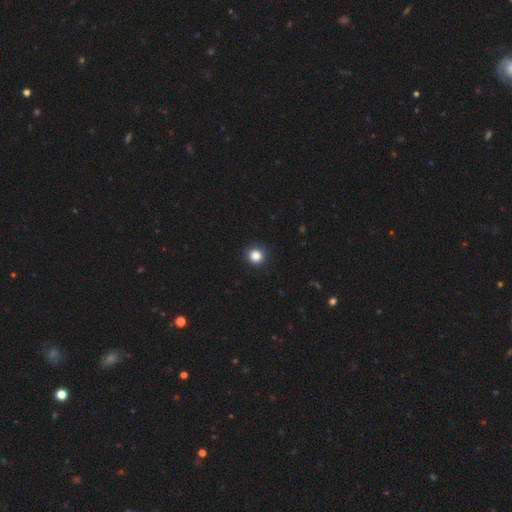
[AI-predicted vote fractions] Smooth or featured? smooth (85%)
How rounded? round (94%)
Merging? none (91%)